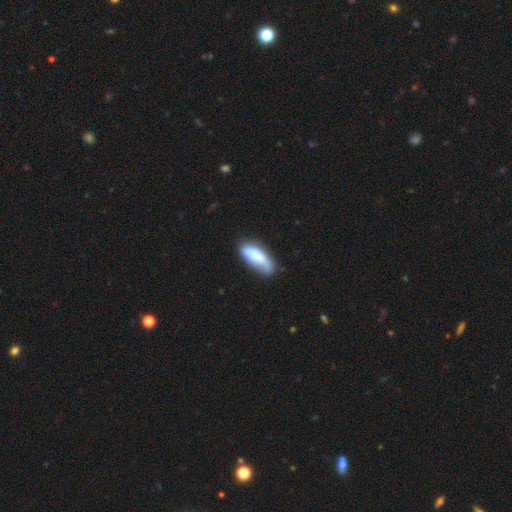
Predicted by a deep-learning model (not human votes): Morphology: type=smooth (80%); roundness=in between (65%); merging=none (59%).